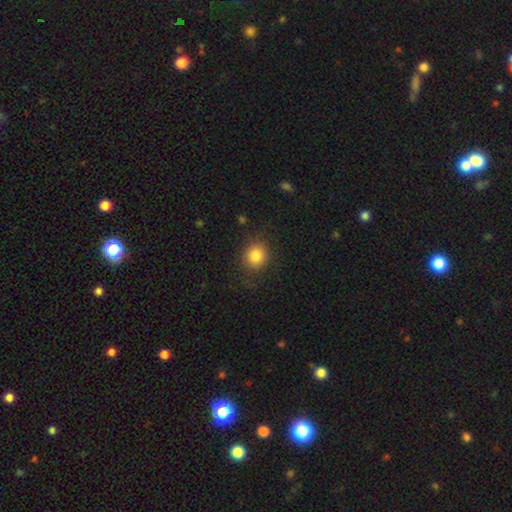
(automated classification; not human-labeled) Smooth or featured? smooth (85%)
How rounded? round (79%)
Merging? none (82%)